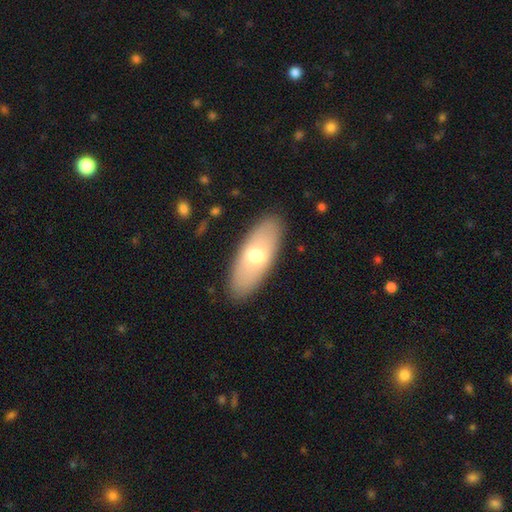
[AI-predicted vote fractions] Q: Smooth or featured?
A: smooth (65%); runner-up: featured or disk (29%)
Q: How rounded?
A: in between (81%); runner-up: cigar-shaped (16%)
Q: Merging?
A: none (87%); runner-up: minor disturbance (9%)